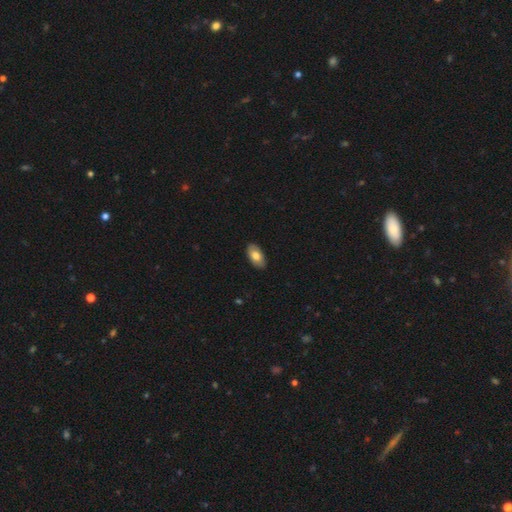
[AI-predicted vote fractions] A smooth galaxy with no disk features (75%) that is in between round and cigar-shaped (95%).

Vote fractions:
- Smooth or featured? smooth: 75% / featured or disk: 19% / star or artifact: 6%
- How rounded? in between: 95% / round: 3% / cigar-shaped: 2%
- Merging? none: 88% / minor disturbance: 9% / major disturbance: 2% / merger: 1%